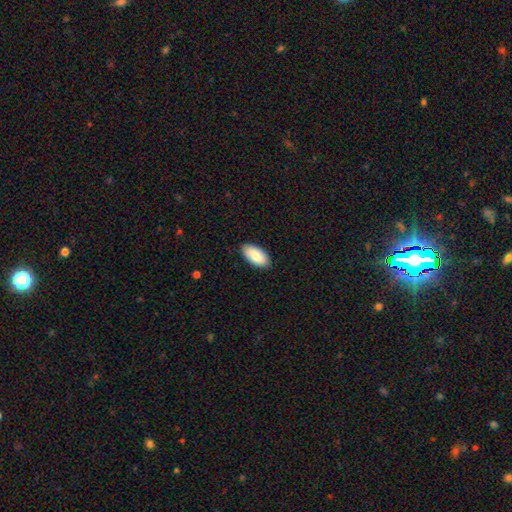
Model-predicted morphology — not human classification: A smooth galaxy with no disk features (87%) that is in between round and cigar-shaped (94%).

Vote fractions:
- Smooth or featured? smooth: 87% / featured or disk: 8% / star or artifact: 6%
- How rounded? in between: 94% / cigar-shaped: 4% / round: 2%
- Merging? none: 88% / minor disturbance: 10% / major disturbance: 2% / merger: 1%